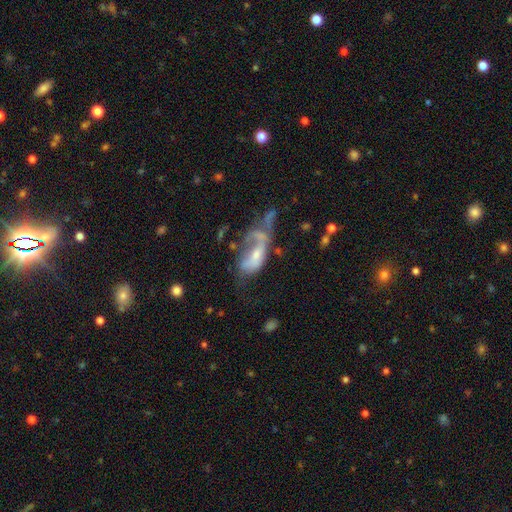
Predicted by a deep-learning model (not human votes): The model was most divided on "smooth or featured": featured or disk: 51%, smooth: 40%, star or artifact: 10%. Remaining: edge-on disk — no (93%); merging — major disturbance (48%).